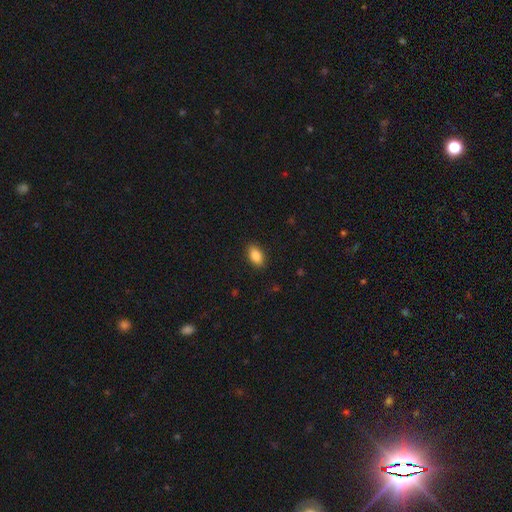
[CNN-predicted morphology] Q: Smooth or featured?
A: smooth (87%); runner-up: star or artifact (8%)
Q: How rounded?
A: in between (90%); runner-up: round (7%)
Q: Merging?
A: none (88%); runner-up: minor disturbance (9%)